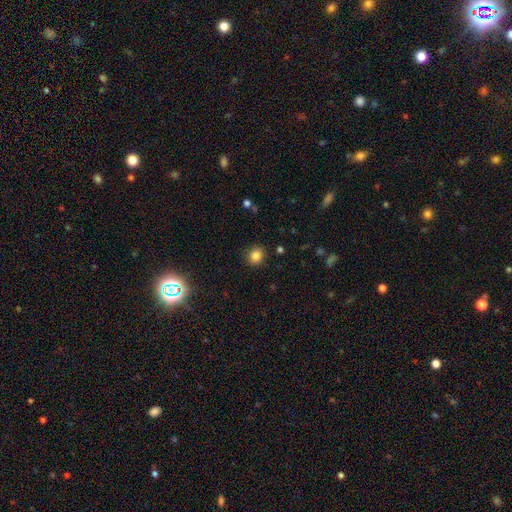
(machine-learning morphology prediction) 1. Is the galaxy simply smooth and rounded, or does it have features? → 83% smooth, 12% star or artifact, 5% featured or disk.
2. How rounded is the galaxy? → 82% round, 17% in between, 1% cigar-shaped.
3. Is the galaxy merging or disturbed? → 89% none, 8% minor disturbance, 2% major disturbance, 1% merger.